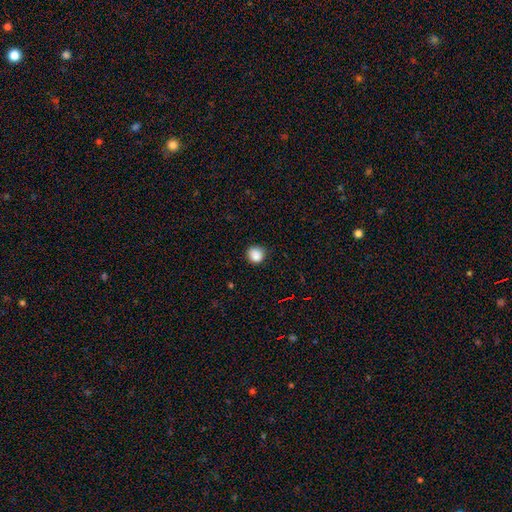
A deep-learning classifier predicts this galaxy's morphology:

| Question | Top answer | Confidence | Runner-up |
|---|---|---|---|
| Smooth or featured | smooth | 87% | star or artifact (10%) |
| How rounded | round | 88% | in between (11%) |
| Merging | none | 85% | minor disturbance (12%) |